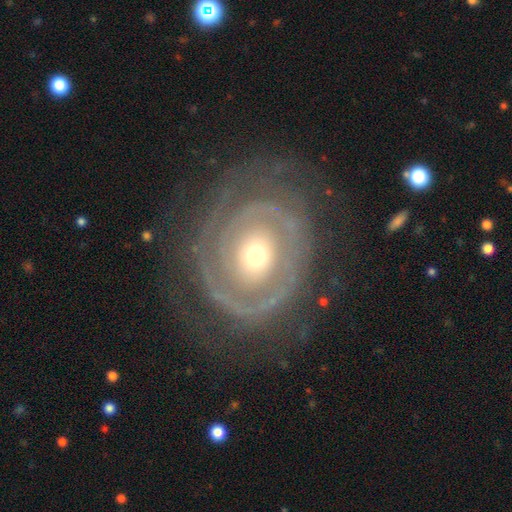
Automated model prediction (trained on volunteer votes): Smooth or featured?
  - featured or disk: 84% *
  - smooth: 10%
  - star or artifact: 5%
Edge-on disk?
  - no: 96% *
  - yes: 4%
Bar?
  - no: 82% *
  - weak: 12%
  - strong: 6%
Spiral arms?
  - yes: 83% *
  - no: 17%
Spiral winding?
  - tight: 75% *
  - medium: 18%
  - loose: 7%
Spiral arm count?
  - 2: 36% *
  - can't tell: 29%
  - 3: 13%
  - 1: 12%
  - 4: 6%
  - more than 4: 5%
Bulge size?
  - moderate: 58% *
  - small: 34%
  - large: 6%
  - dominant: 1%
  - none: 1%
Merging?
  - none: 71% *
  - minor disturbance: 16%
  - major disturbance: 11%
  - merger: 1%